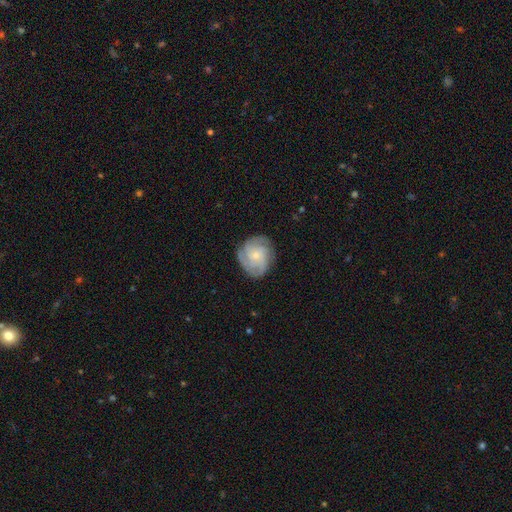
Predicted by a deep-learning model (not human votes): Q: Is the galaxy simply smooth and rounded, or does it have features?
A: featured or disk — 77%.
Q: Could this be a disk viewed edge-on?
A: no — 98%.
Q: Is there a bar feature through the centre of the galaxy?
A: no — 75%.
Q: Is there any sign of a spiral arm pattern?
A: yes — 96%.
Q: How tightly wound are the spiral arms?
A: tight — 59%.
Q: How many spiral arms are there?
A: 3 — 35%.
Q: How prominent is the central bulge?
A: small — 67%.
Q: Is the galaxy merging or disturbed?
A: none — 79%.